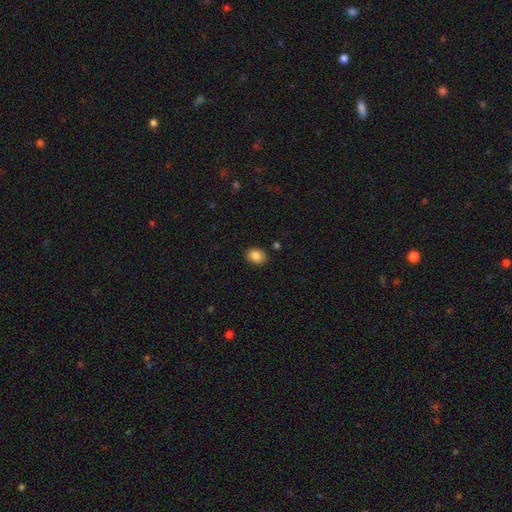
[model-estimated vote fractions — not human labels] Smooth or featured?
  - smooth: 86% *
  - star or artifact: 8%
  - featured or disk: 6%
How rounded?
  - in between: 67% *
  - round: 33%
  - cigar-shaped: 1%
Merging?
  - none: 87% *
  - minor disturbance: 10%
  - major disturbance: 2%
  - merger: 2%